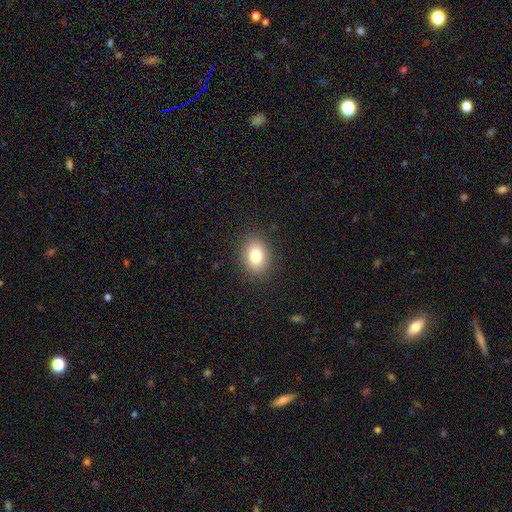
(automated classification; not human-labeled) This appears to be a smooth galaxy with no disk features (80%) that is in between round and cigar-shaped (61%). Merging: none (88%).